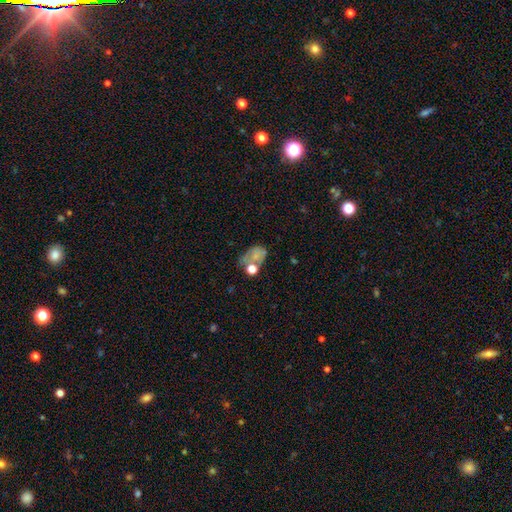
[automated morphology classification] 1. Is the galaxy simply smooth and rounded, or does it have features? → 59% smooth, 26% featured or disk, 15% star or artifact.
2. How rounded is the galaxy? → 70% in between, 29% round, 1% cigar-shaped.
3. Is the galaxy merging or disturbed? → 31% none, 27% merger, 22% minor disturbance, 20% major disturbance.